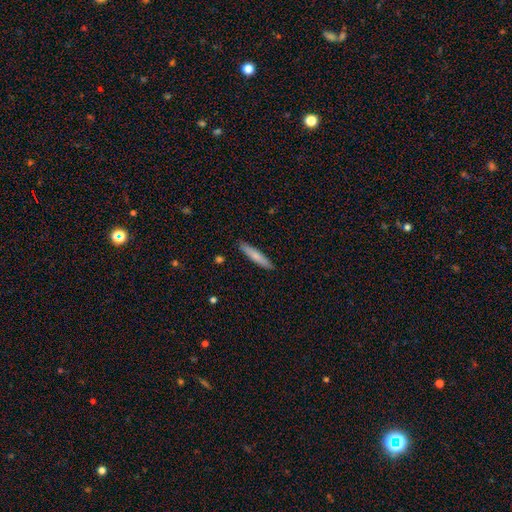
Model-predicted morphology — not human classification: The model was most divided on "smooth or featured": smooth: 76%, featured or disk: 19%, star or artifact: 6%. More confident: merging — none (90%); how rounded — cigar-shaped (89%).